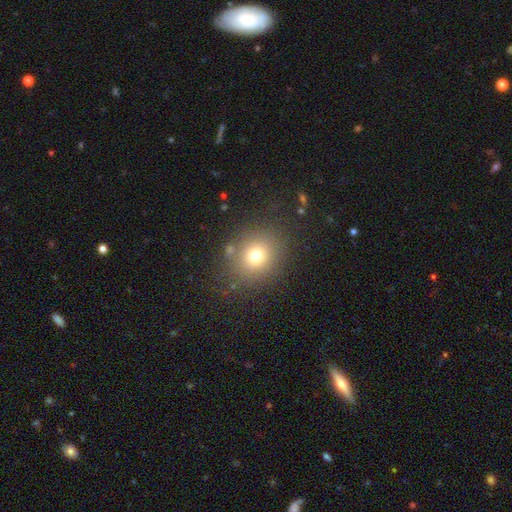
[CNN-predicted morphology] Smooth or featured? Predicted: smooth (p=0.73). How rounded? Predicted: round (p=0.73). Merging? Predicted: none (p=0.81).